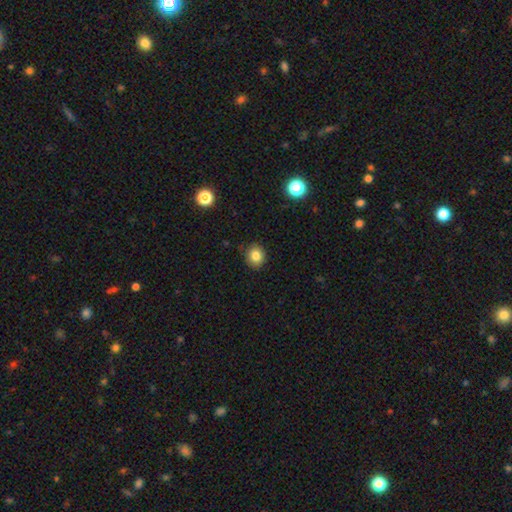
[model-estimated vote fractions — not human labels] A smooth galaxy with no disk features (82%) that is round (78%). Merging: none (86%).